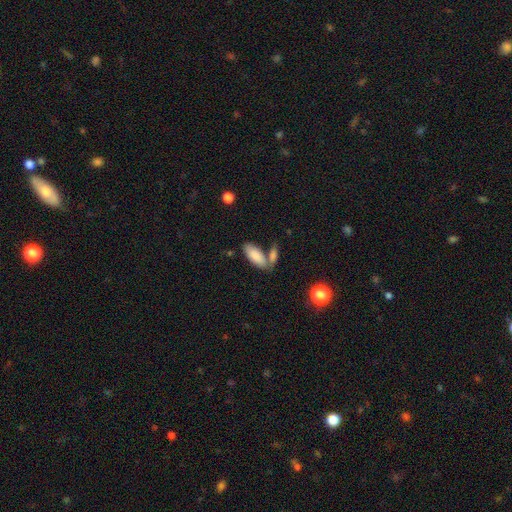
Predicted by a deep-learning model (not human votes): Morphology: type=smooth (84%); roundness=in between (84%); merging=none (55%).